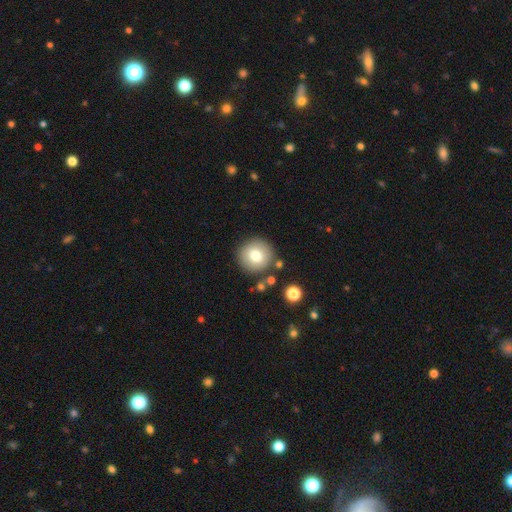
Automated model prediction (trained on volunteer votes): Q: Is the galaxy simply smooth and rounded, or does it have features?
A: smooth — 77%.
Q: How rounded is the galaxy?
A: round — 94%.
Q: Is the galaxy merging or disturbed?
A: none — 85%.